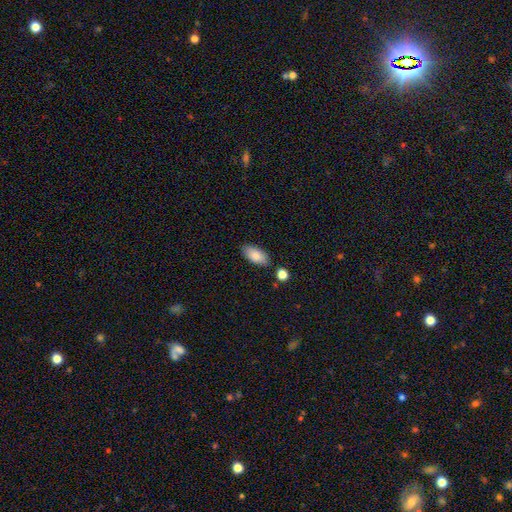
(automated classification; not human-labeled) The model was most divided on "merging": none: 81%, minor disturbance: 11%, merger: 5%, major disturbance: 2%. More confident: how rounded — in between (92%); smooth or featured — smooth (86%).